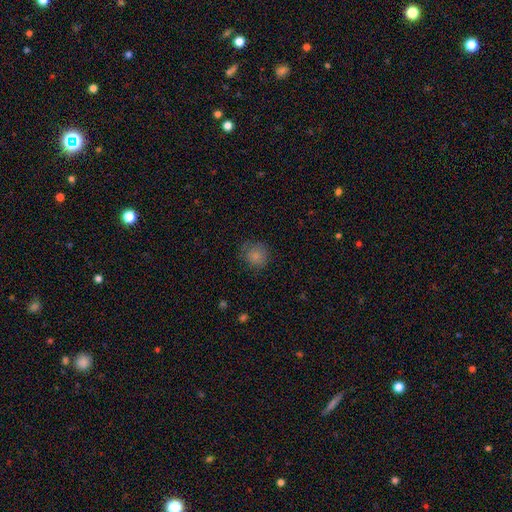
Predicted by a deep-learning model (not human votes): smooth 83%, star or artifact 11%, featured or disk 6%. Down the decision tree: how rounded — round (88%); merging — none (74%).